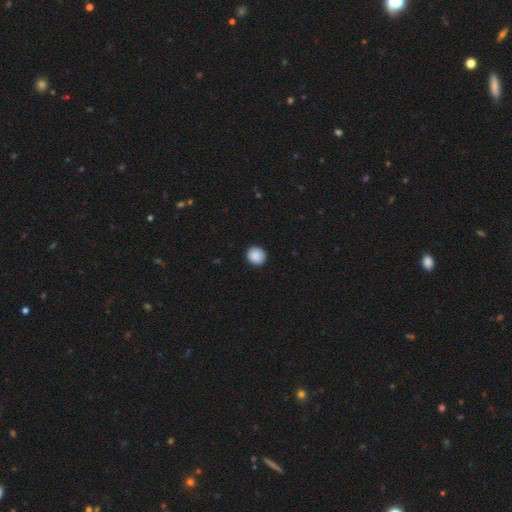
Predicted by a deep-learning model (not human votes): Smooth or featured?
  - smooth: 90% *
  - star or artifact: 8%
  - featured or disk: 3%
How rounded?
  - round: 84% *
  - in between: 16%
  - cigar-shaped: 1%
Merging?
  - none: 91% *
  - minor disturbance: 6%
  - major disturbance: 2%
  - merger: 1%